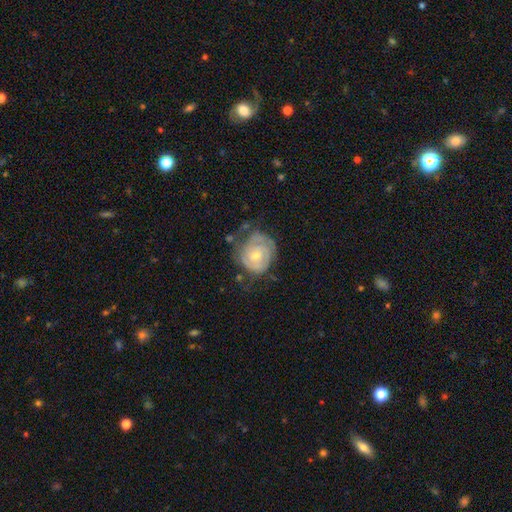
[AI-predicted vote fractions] Smooth or featured: featured or disk — 77% (smooth — 17%)
Edge-on disk: no — 97% (yes — 3%)
Bar: no — 76% (weak — 20%)
Spiral arms: yes — 88% (no — 12%)
Spiral winding: tight — 73% (medium — 20%)
Spiral arm count: 2 — 37% (tied with can't tell — 37%)
Bulge size: small — 50% (moderate — 47%)
Merging: none — 55% (minor disturbance — 27%)